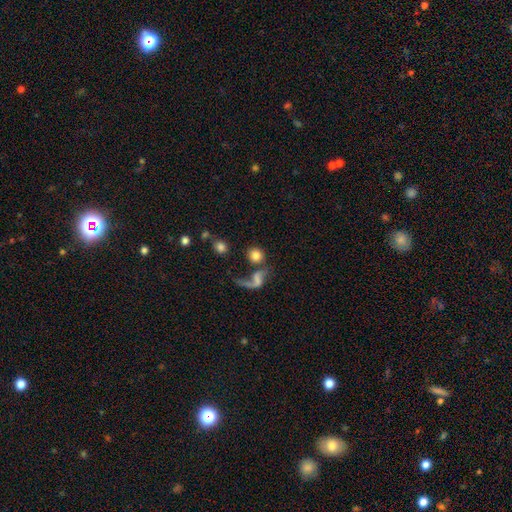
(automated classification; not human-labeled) Smooth or featured? smooth (76%)
How rounded? round (87%)
Merging? none (55%)